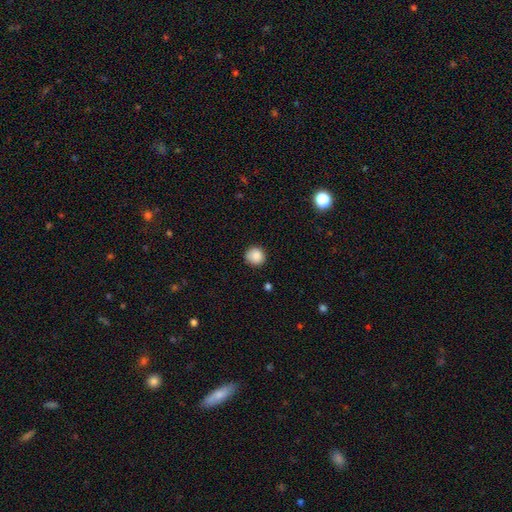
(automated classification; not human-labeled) smooth-or-featured: smooth: 88% | star or artifact: 9% | featured or disk: 3%
  how-rounded: round: 92% | in between: 7% | cigar-shaped: 1%
  merging: none: 86% | minor disturbance: 11% | major disturbance: 2% | merger: 1%